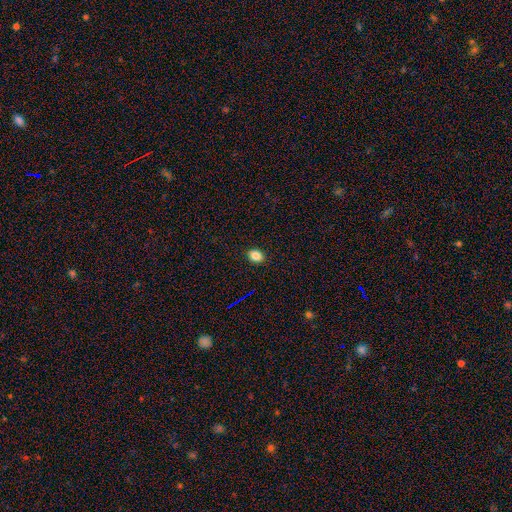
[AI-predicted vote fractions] This is clearly a smooth galaxy (84%). How rounded: likely in between (66%). Merging: clearly none (90%).